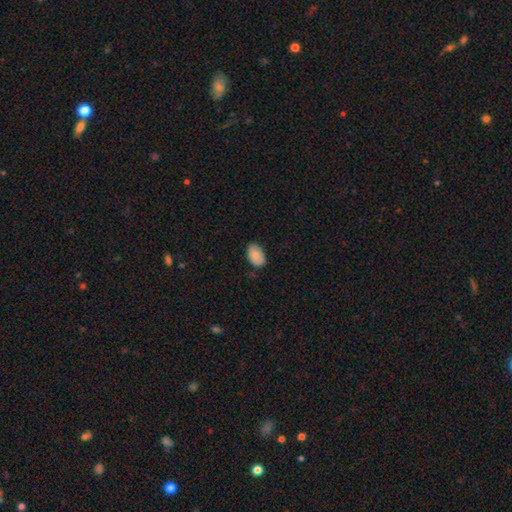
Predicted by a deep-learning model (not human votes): Smooth or featured? Predicted: smooth (p=0.85). How rounded? Predicted: in between (p=0.91). Merging? Predicted: none (p=0.78).